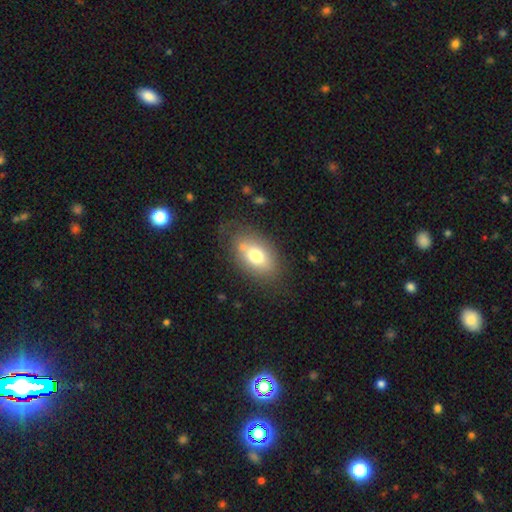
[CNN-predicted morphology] Q: Smooth or featured?
A: smooth (71%); runner-up: featured or disk (20%)
Q: How rounded?
A: in between (82%); runner-up: round (16%)
Q: Merging?
A: none (67%); runner-up: minor disturbance (18%)